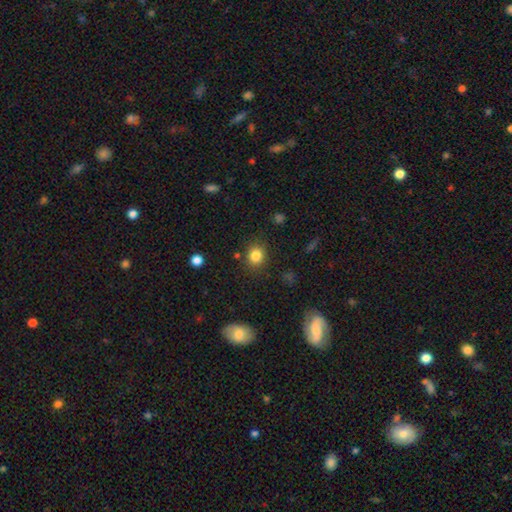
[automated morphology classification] smooth_or_featured: smooth (p=0.83) [alt: star or artifact p=0.11]
how_rounded: round (p=0.77) [alt: in between p=0.22]
merging: none (p=0.85) [alt: minor disturbance p=0.09]